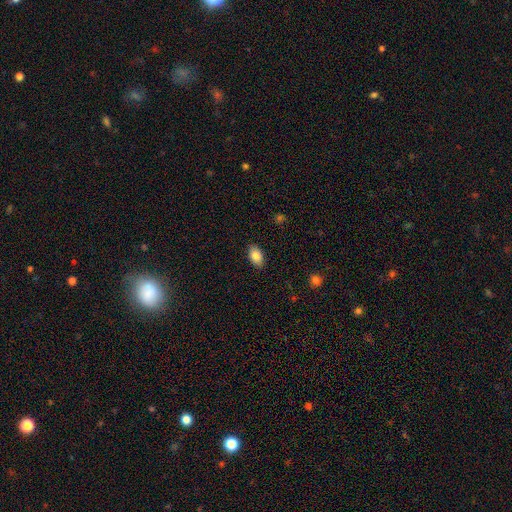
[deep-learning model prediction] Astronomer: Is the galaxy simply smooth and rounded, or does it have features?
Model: smooth — 86%.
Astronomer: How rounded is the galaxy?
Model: in between — 92%.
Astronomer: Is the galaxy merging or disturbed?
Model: none — 88%.